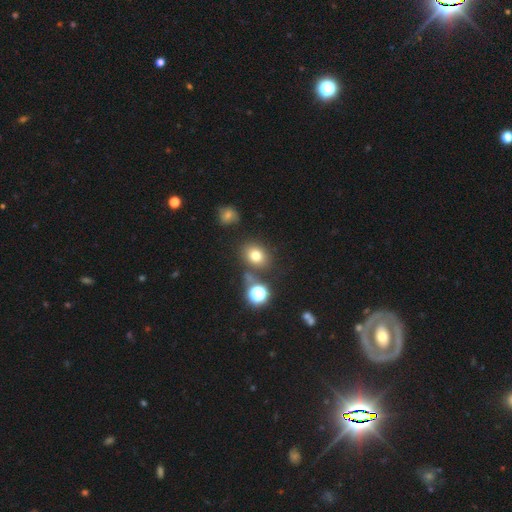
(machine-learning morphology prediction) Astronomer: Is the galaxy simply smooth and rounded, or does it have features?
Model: smooth — 74%.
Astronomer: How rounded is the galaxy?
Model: round — 50% (runner-up: in between, 49%).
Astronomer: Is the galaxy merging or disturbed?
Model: none — 75%.